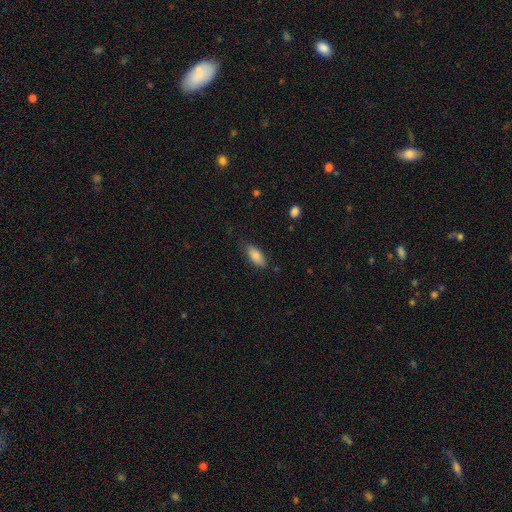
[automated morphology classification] This appears to be a smooth galaxy with no disk features (84%) that is in between round and cigar-shaped (86%). Merging: none (78%).